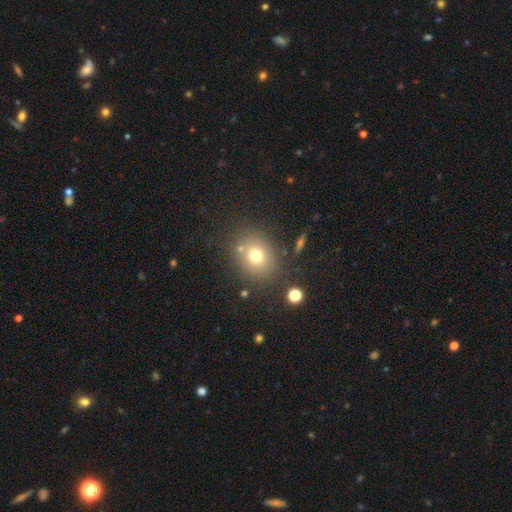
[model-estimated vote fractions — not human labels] Q: Smooth or featured?
A: smooth (71%); runner-up: star or artifact (16%)
Q: How rounded?
A: round (64%); runner-up: in between (35%)
Q: Merging?
A: none (76%); runner-up: minor disturbance (11%)